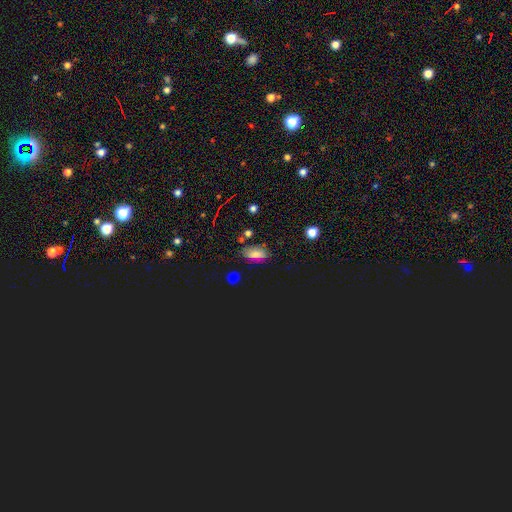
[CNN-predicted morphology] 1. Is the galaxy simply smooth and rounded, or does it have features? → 50% smooth, 37% star or artifact, 14% featured or disk.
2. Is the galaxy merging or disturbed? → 77% none, 15% minor disturbance, 4% major disturbance, 3% merger.